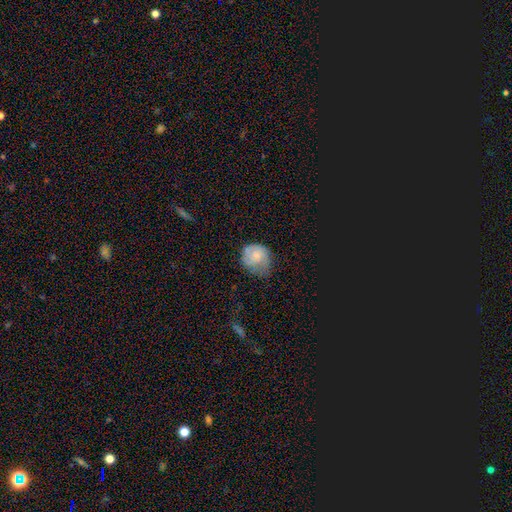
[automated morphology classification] smooth-or-featured: smooth: 55% | featured or disk: 38% | star or artifact: 7%
  how-rounded: round: 74% | in between: 25% | cigar-shaped: 1%
  merging: none: 45% | minor disturbance: 37% | major disturbance: 17% | merger: 1%